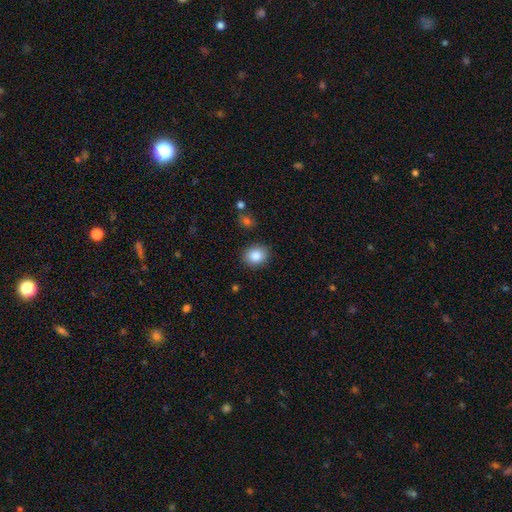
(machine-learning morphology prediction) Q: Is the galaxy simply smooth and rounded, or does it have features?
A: smooth — 86%.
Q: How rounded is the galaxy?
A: round — 57%.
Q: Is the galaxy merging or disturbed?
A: none — 88%.